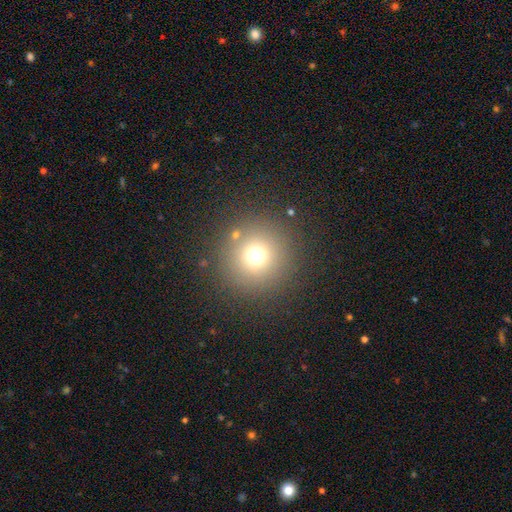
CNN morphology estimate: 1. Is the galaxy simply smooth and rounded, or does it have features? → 70% smooth, 20% star or artifact, 10% featured or disk.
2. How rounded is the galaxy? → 96% round, 3% in between, 1% cigar-shaped.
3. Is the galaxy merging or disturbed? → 86% none, 7% minor disturbance, 4% major disturbance, 3% merger.